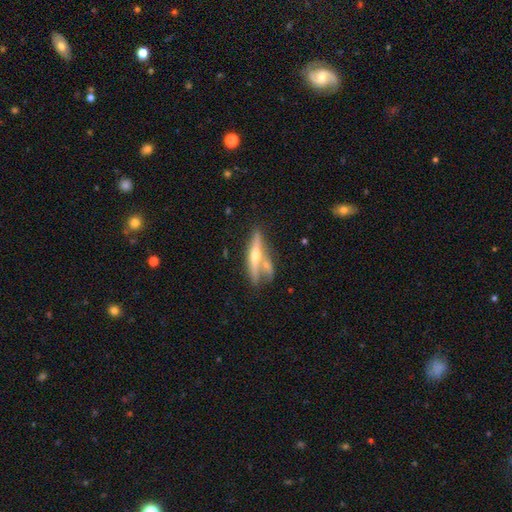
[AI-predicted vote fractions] This appears to be a featured or disk galaxy (68%) viewed edge-on (90%) with a rounded central bulge (91%). Merging: none (51%).